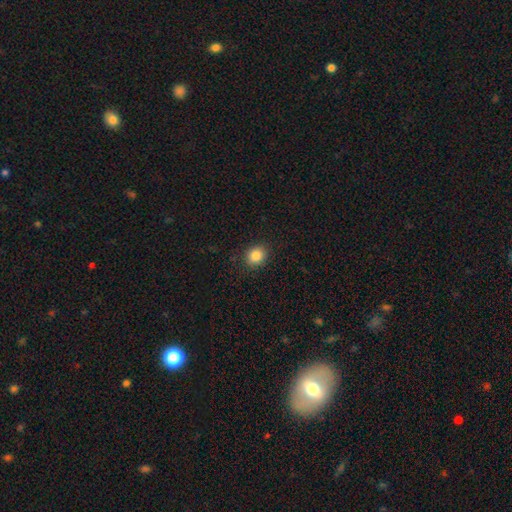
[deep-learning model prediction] smooth-or-featured: smooth: 85% | star or artifact: 10% | featured or disk: 5%
  how-rounded: round: 67% | in between: 32% | cigar-shaped: 1%
  merging: none: 89% | minor disturbance: 8% | major disturbance: 2% | merger: 1%